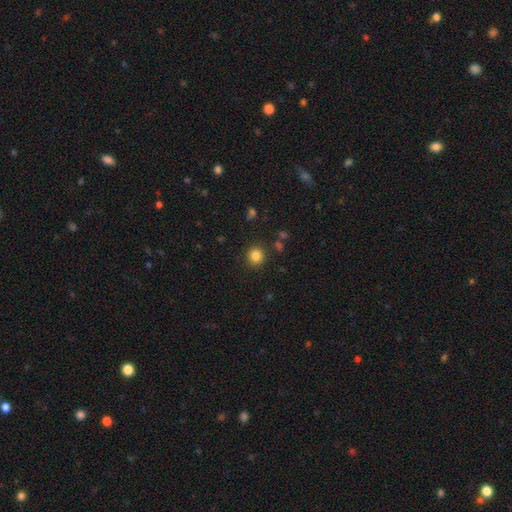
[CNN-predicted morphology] A smooth galaxy with no disk features (83%) that is round (89%). Merging: none (89%).